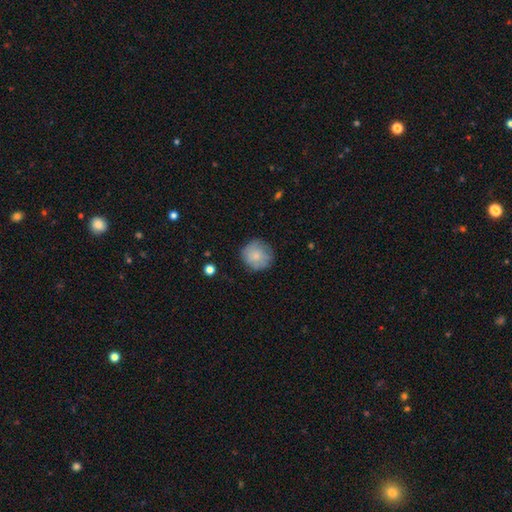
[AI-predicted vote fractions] Morphology: type=smooth (78%); roundness=round (93%); merging=none (79%).